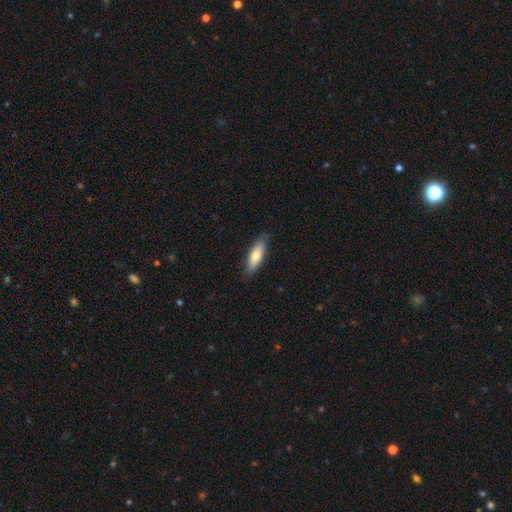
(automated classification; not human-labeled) The model was most divided on "how rounded" (2-way tie): in between: 49%, cigar-shaped: 49%, round: 2%. More confident: merging — none (84%); smooth or featured — smooth (72%).